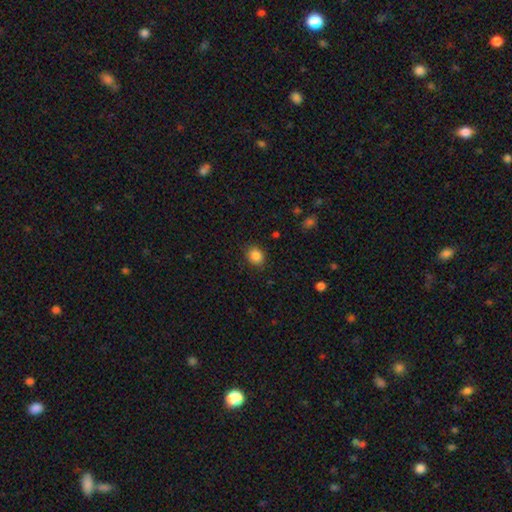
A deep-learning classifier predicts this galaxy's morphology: Smooth or featured?
  - smooth: 86% *
  - star or artifact: 10%
  - featured or disk: 4%
How rounded?
  - round: 61% *
  - in between: 39%
  - cigar-shaped: 1%
Merging?
  - none: 87% *
  - minor disturbance: 9%
  - major disturbance: 3%
  - merger: 1%